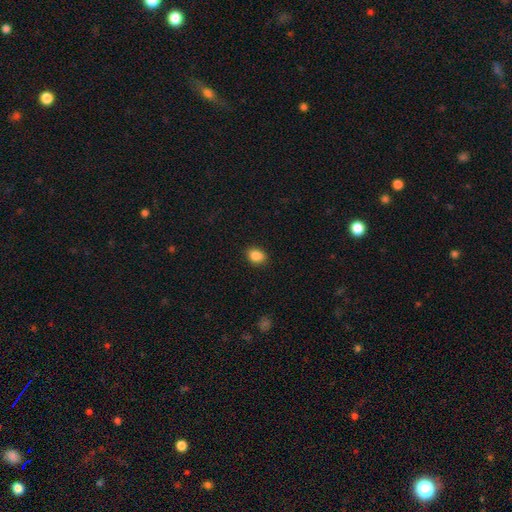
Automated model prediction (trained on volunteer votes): Smooth or featured: smooth — 87% (star or artifact — 9%)
How rounded: in between — 62% (round — 37%)
Merging: none — 87% (minor disturbance — 10%)